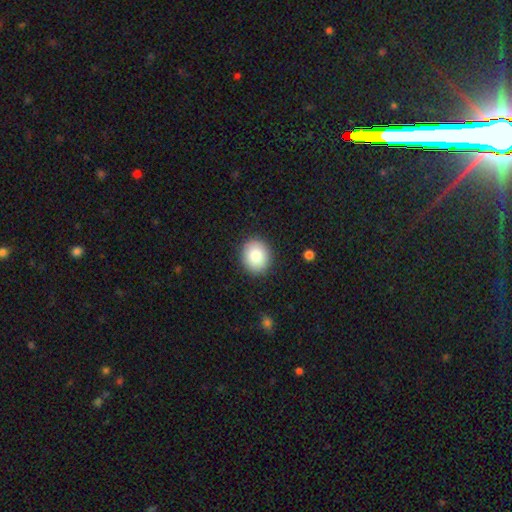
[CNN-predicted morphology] Smooth or featured? Predicted: smooth (p=0.83). How rounded? Predicted: round (p=0.71). Merging? Predicted: none (p=0.89).